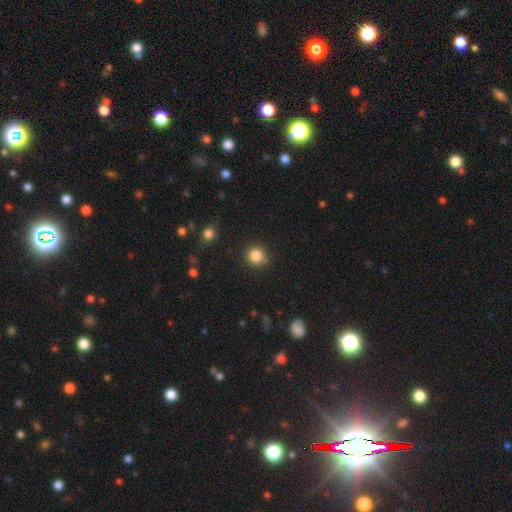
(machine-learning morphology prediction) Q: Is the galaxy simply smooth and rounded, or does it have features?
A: smooth — 84%.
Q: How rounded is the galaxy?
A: round — 91%.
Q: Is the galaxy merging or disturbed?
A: none — 86%.